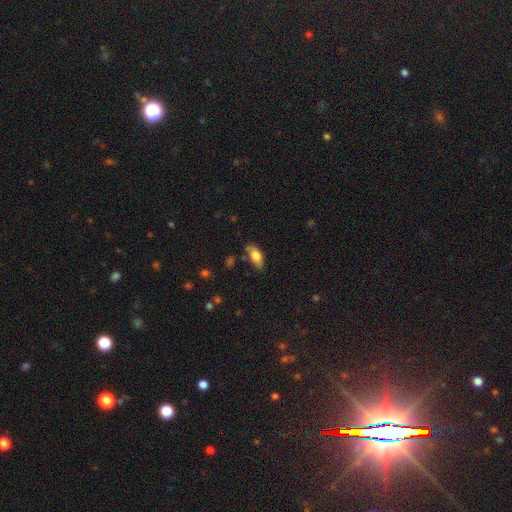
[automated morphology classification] This is likely a smooth galaxy (75%). How rounded: clearly in between (85%). Merging: likely none (64%).